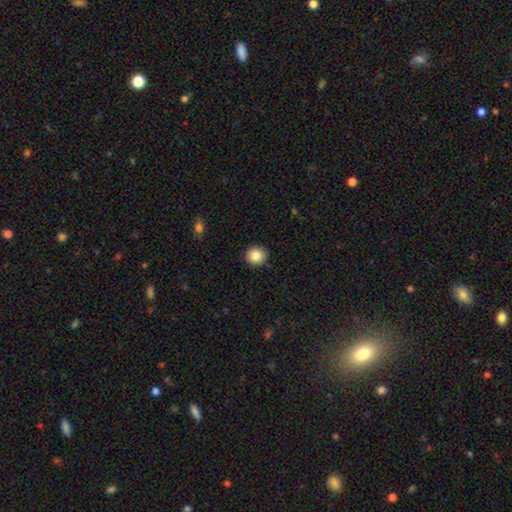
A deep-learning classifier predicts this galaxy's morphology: A smooth galaxy with no disk features (85%) that is round (93%). Merging: none (91%).